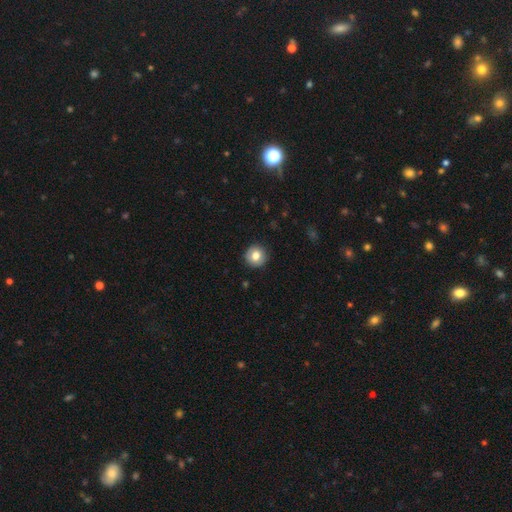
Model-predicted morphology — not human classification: Smooth or featured?
  - smooth: 79% *
  - featured or disk: 12%
  - star or artifact: 9%
How rounded?
  - round: 94% *
  - in between: 5%
  - cigar-shaped: 1%
Merging?
  - none: 90% *
  - minor disturbance: 7%
  - major disturbance: 2%
  - merger: 1%